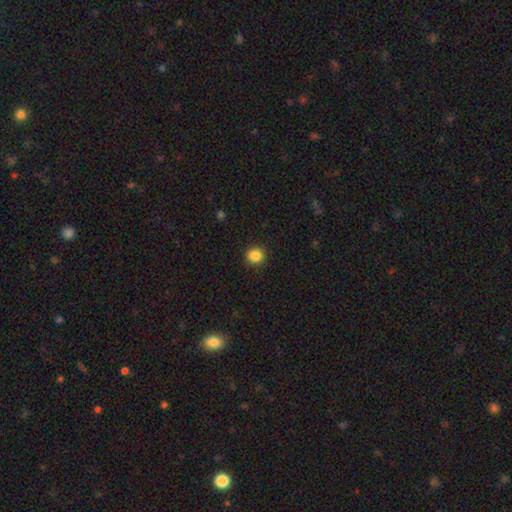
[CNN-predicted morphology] smooth_or_featured: smooth (p=0.86) [alt: star or artifact p=0.11]
how_rounded: round (p=0.86) [alt: in between p=0.13]
merging: none (p=0.89) [alt: minor disturbance p=0.08]